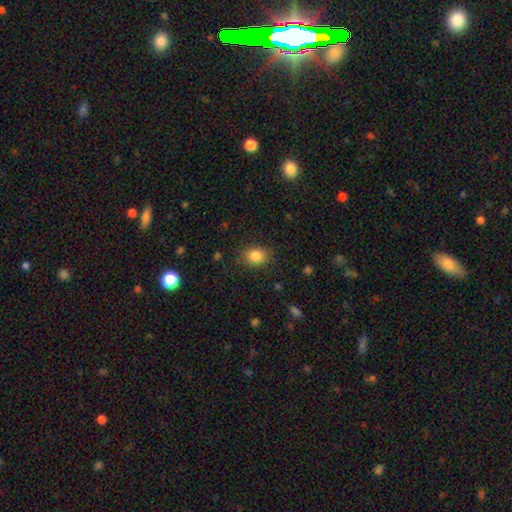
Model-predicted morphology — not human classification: This is clearly a smooth galaxy (85%). How rounded: possibly round (50%). Merging: clearly none (84%).